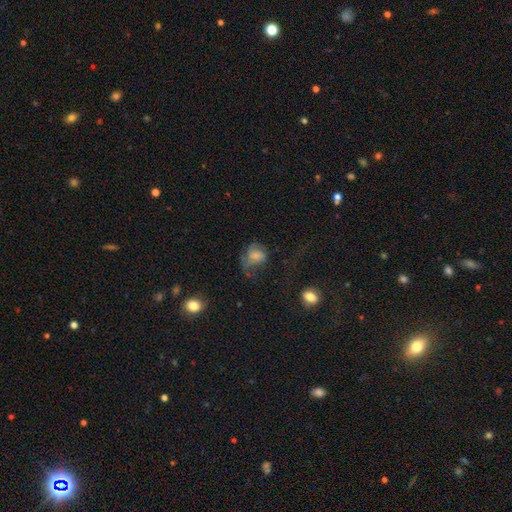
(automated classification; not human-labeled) smooth-or-featured: smooth: 59% | featured or disk: 28% | star or artifact: 12%
  how-rounded: round: 51% | in between: 48% | cigar-shaped: 1%
  merging: major disturbance: 43% | none: 29% | minor disturbance: 24% | merger: 4%